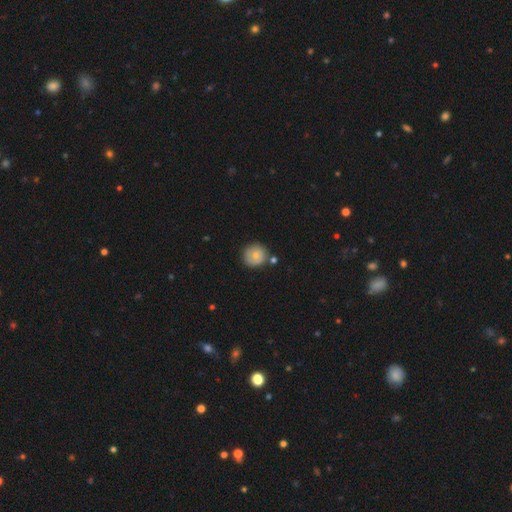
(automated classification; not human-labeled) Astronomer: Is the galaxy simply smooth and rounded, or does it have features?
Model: smooth — 73%.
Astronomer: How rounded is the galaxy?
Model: round — 92%.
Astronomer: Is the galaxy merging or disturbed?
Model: none — 76%.